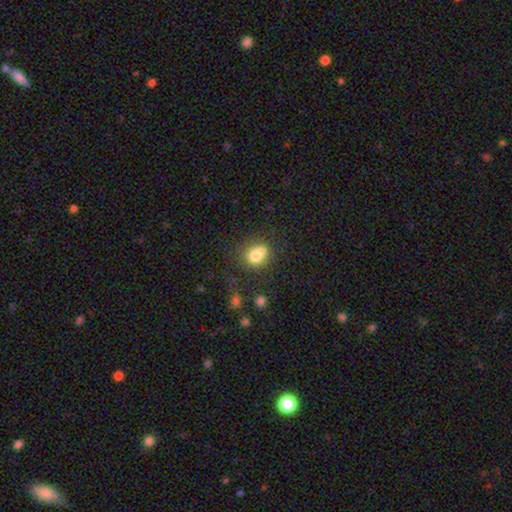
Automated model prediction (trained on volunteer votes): Smooth or featured? smooth (72%)
How rounded? round (78%)
Merging? merger (45%)